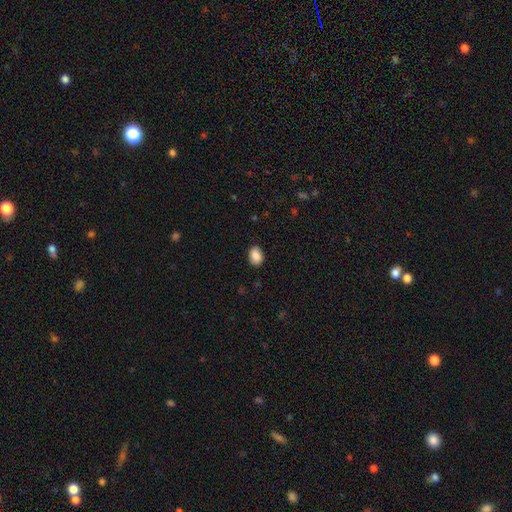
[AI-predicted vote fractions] Smooth or featured?
  - smooth: 88% *
  - star or artifact: 7%
  - featured or disk: 5%
How rounded?
  - in between: 78% *
  - round: 21%
  - cigar-shaped: 1%
Merging?
  - none: 88% *
  - minor disturbance: 9%
  - major disturbance: 2%
  - merger: 1%